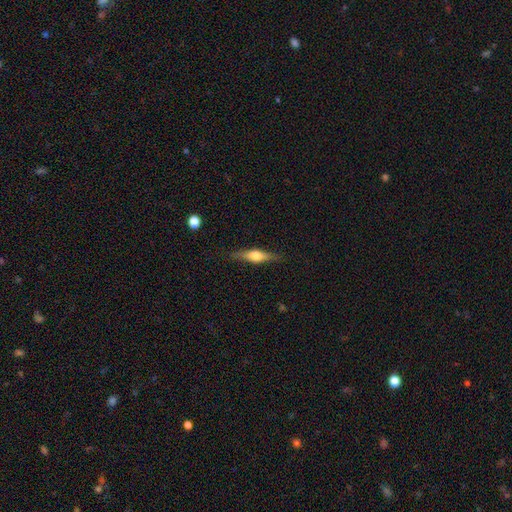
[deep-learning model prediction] Smooth or featured: featured or disk — 61% (smooth — 32%)
Edge-on disk: yes — 96% (no — 4%)
Edge-on bulge: rounded — 91% (boxy — 7%)
Merging: none — 87% (minor disturbance — 10%)